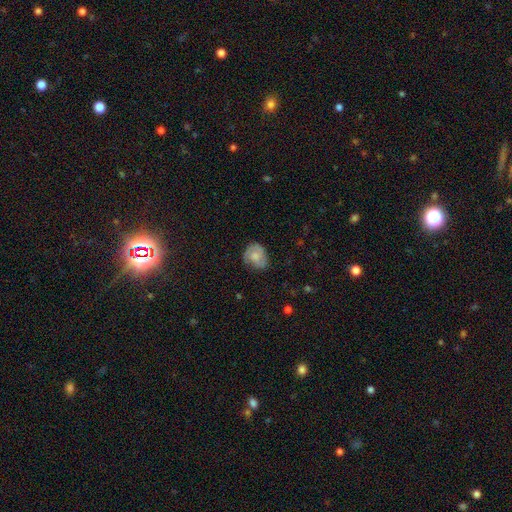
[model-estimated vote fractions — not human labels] This is possibly a smooth galaxy (55%). How rounded: possibly round (53%). Merging: possibly none (59%).